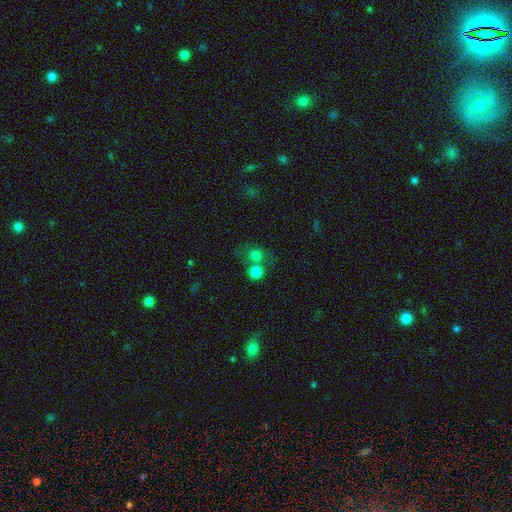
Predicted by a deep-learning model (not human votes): This appears to be a smooth galaxy with no disk features (74%) that is round (82%). Merging: merger (44%).